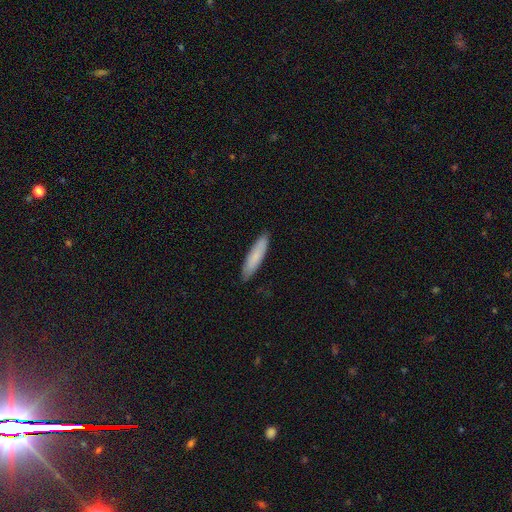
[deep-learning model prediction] Smooth or featured? smooth (81%)
How rounded? cigar-shaped (84%)
Merging? none (89%)